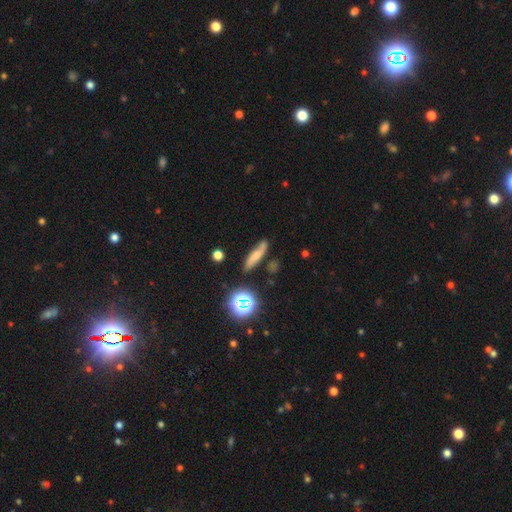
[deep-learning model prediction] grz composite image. It shows a smooth galaxy with no disk features (54%) that is cigar-shaped (68%). Merging: none (71%).